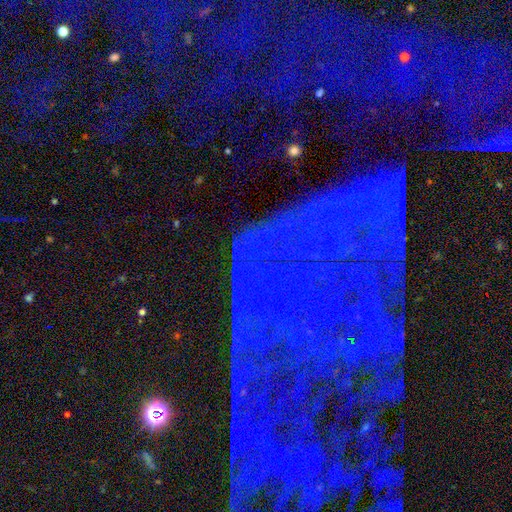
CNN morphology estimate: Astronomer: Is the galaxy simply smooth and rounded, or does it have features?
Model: star or artifact — 80%.